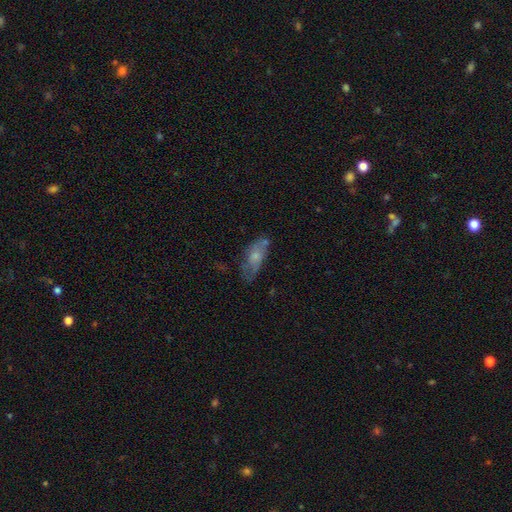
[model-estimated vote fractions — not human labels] smooth_or_featured: smooth (p=0.57) [alt: featured or disk p=0.34]
how_rounded: in between (p=0.77) [alt: cigar-shaped p=0.19]
merging: none (p=0.47) [alt: minor disturbance p=0.29]